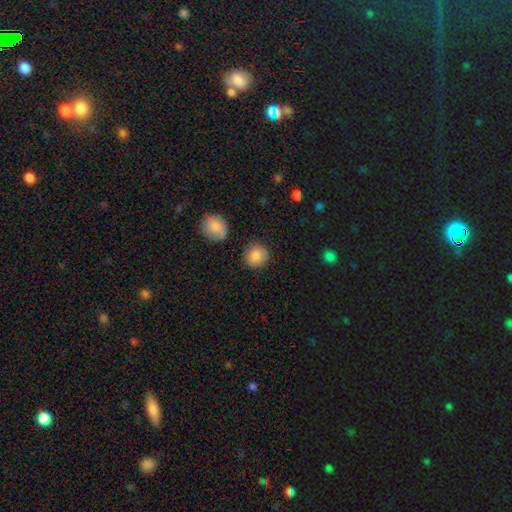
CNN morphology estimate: Smooth or featured? Predicted: smooth (p=0.85). How rounded? Predicted: round (p=0.93). Merging? Predicted: none (p=0.88).